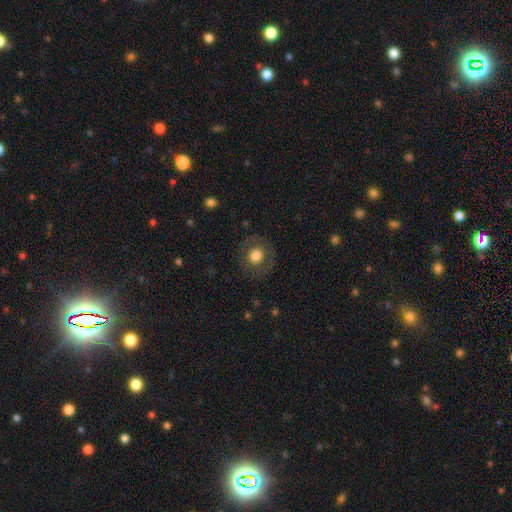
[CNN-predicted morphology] A smooth galaxy with no disk features (68%) that is round (88%).

Vote fractions:
- Smooth or featured? smooth: 68% / featured or disk: 23% / star or artifact: 9%
- How rounded? round: 88% / in between: 12% / cigar-shaped: 1%
- Merging? none: 82% / minor disturbance: 10% / major disturbance: 6% / merger: 1%